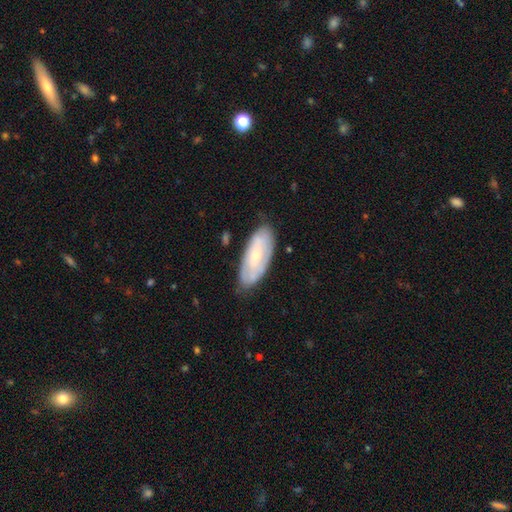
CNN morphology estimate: A featured or disk galaxy (49%).

Vote fractions:
- Smooth or featured? featured or disk: 49% / smooth: 44% / star or artifact: 6%
- Merging? none: 76% / minor disturbance: 19% / major disturbance: 4% / merger: 2%